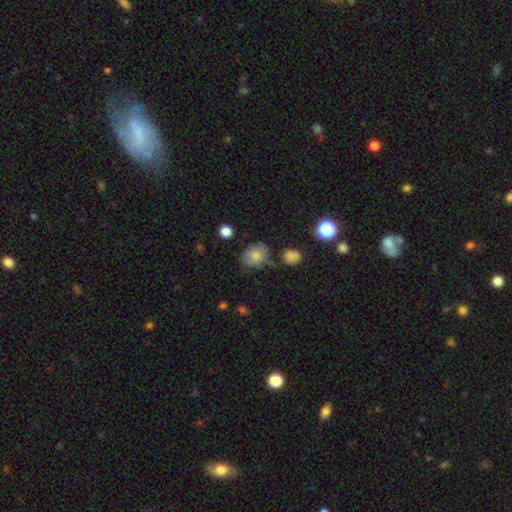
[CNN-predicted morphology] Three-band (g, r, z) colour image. It shows a smooth galaxy with no disk features (77%) that is in between round and cigar-shaped (53%). Merging: none (61%).